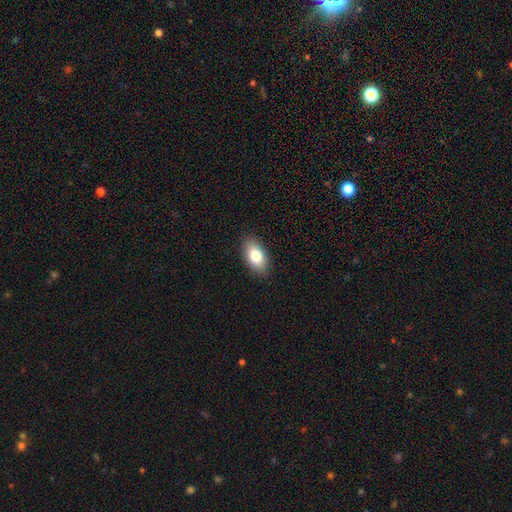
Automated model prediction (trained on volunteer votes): Smooth or featured: smooth — 80% (featured or disk — 12%)
How rounded: in between — 93% (round — 4%)
Merging: none — 88% (minor disturbance — 9%)